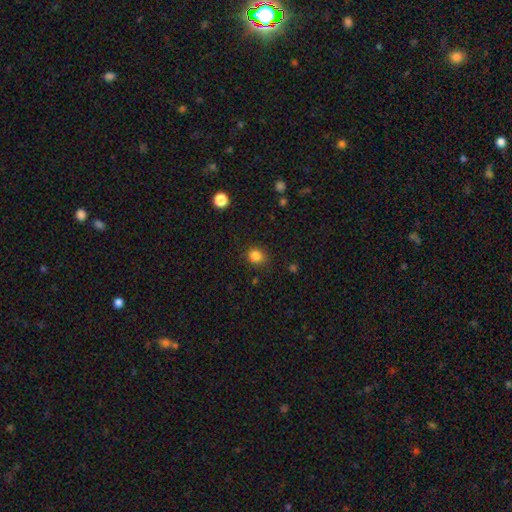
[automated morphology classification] smooth 83%, star or artifact 12%, featured or disk 5%. Down the decision tree: how rounded — round (76%); merging — none (83%).